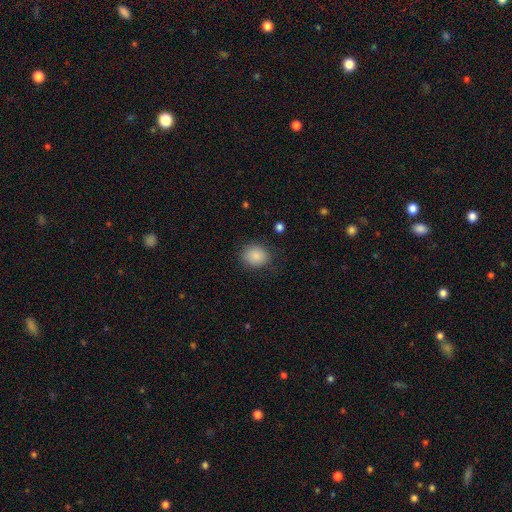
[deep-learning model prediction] Smooth or featured: smooth — 86% (star or artifact — 9%)
How rounded: round — 64% (in between — 35%)
Merging: none — 81% (minor disturbance — 14%)